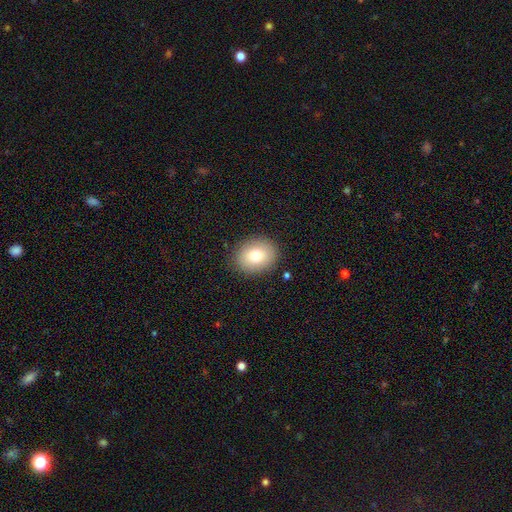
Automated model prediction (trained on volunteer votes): Smooth or featured? Predicted: smooth (p=0.78). How rounded? Predicted: round (p=0.59). Merging? Predicted: none (p=0.87).